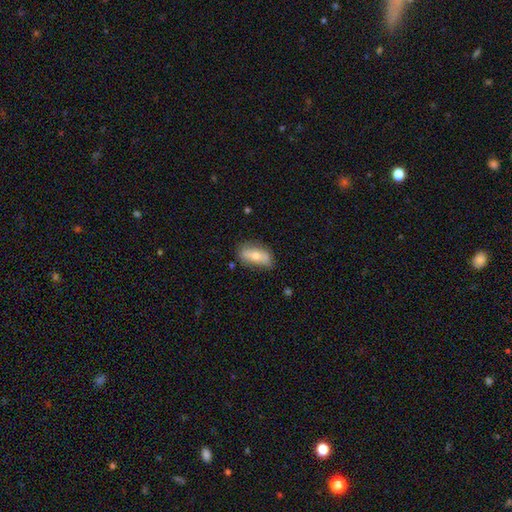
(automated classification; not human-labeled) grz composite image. It shows a smooth galaxy with no disk features (66%) that is in between round and cigar-shaped (80%). Merging: none (71%).